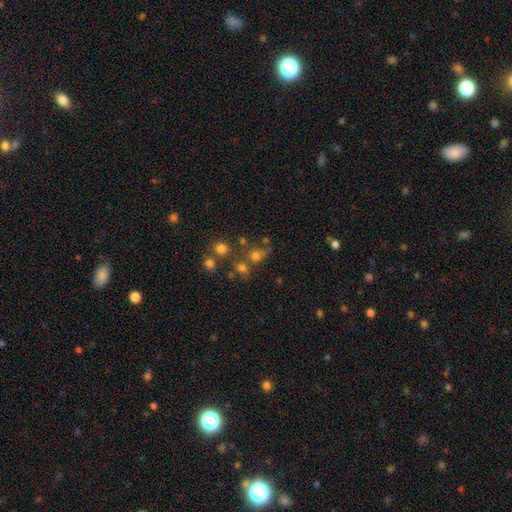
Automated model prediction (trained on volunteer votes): A smooth galaxy with no disk features (66%) that is round (74%).

Vote fractions:
- Smooth or featured? smooth: 66% / star or artifact: 22% / featured or disk: 12%
- How rounded? round: 74% / in between: 25% / cigar-shaped: 1%
- Merging? none: 50% / merger: 28% / minor disturbance: 13% / major disturbance: 9%